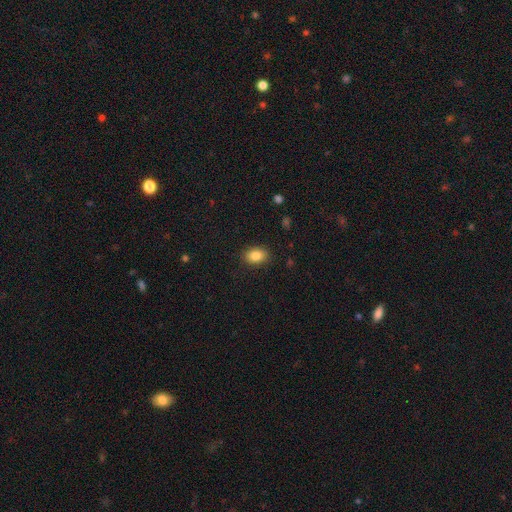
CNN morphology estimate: smooth 85%, star or artifact 9%, featured or disk 7%. Down the decision tree: how rounded — in between (80%); merging — none (87%).